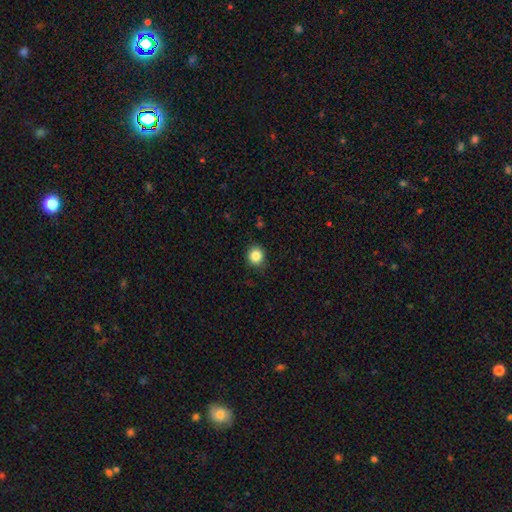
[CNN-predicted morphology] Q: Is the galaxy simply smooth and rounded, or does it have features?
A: smooth — 86%.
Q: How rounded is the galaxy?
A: round — 85%.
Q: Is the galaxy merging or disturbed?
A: none — 88%.